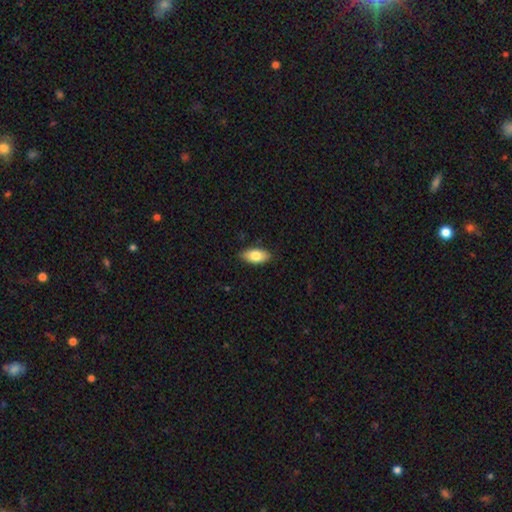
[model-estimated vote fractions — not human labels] smooth 79%, featured or disk 14%, star or artifact 7%. Down the decision tree: how rounded — in between (91%); merging — none (86%).